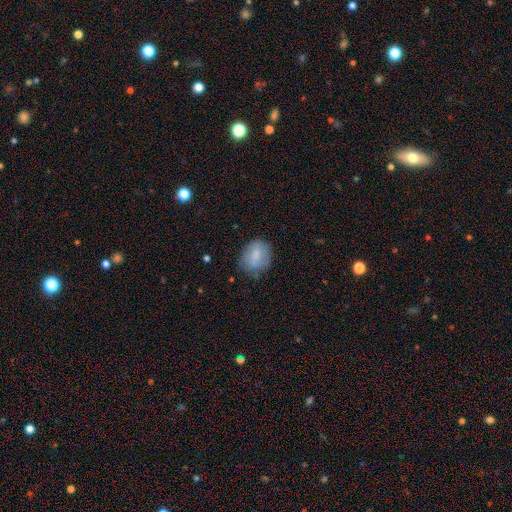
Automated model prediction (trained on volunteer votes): A smooth galaxy with no disk features (68%) that is in between round and cigar-shaped (54%).

Vote fractions:
- Smooth or featured? smooth: 68% / featured or disk: 24% / star or artifact: 8%
- How rounded? in between: 54% / round: 44% / cigar-shaped: 1%
- Merging? none: 63% / minor disturbance: 26% / major disturbance: 9% / merger: 2%